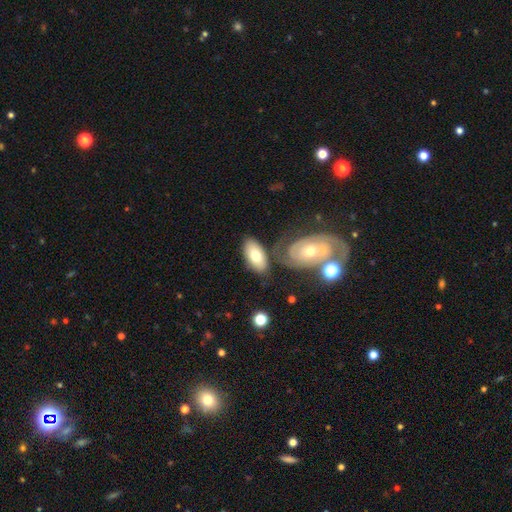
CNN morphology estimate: A smooth galaxy with no disk features (70%) that is in between round and cigar-shaped (93%).

Vote fractions:
- Smooth or featured? smooth: 70% / featured or disk: 24% / star or artifact: 6%
- How rounded? in between: 93% / round: 4% / cigar-shaped: 3%
- Merging? none: 61% / merger: 17% / minor disturbance: 16% / major disturbance: 6%